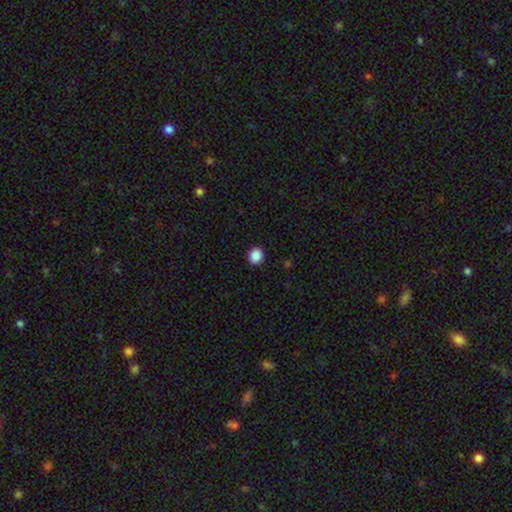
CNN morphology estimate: smooth_or_featured: smooth (p=0.89) [alt: star or artifact p=0.09]
how_rounded: round (p=0.80) [alt: in between p=0.19]
merging: none (p=0.91) [alt: minor disturbance p=0.06]